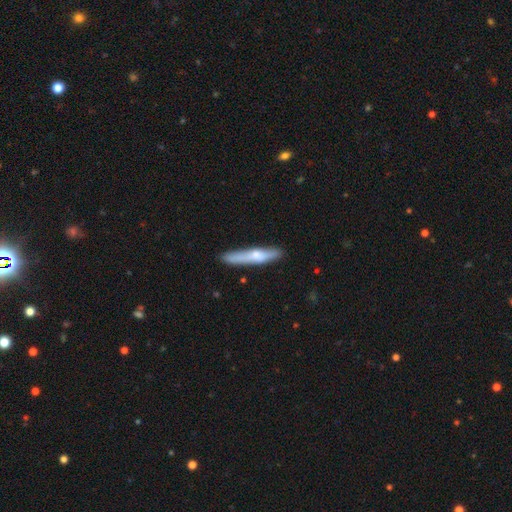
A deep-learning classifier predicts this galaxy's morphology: A smooth galaxy with no disk features (59%) that is cigar-shaped (89%).

Vote fractions:
- Smooth or featured? smooth: 59% / featured or disk: 35% / star or artifact: 6%
- How rounded? cigar-shaped: 89% / in between: 9% / round: 2%
- Merging? none: 81% / minor disturbance: 14% / major disturbance: 3% / merger: 2%